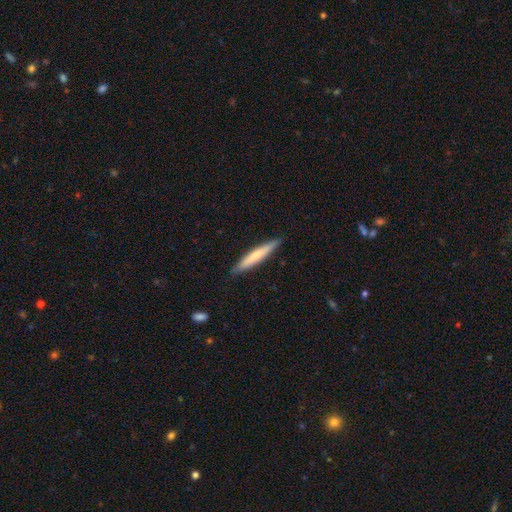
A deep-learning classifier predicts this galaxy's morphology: This appears to be a smooth galaxy with no disk features (64%) that is cigar-shaped (94%). Merging: none (90%).